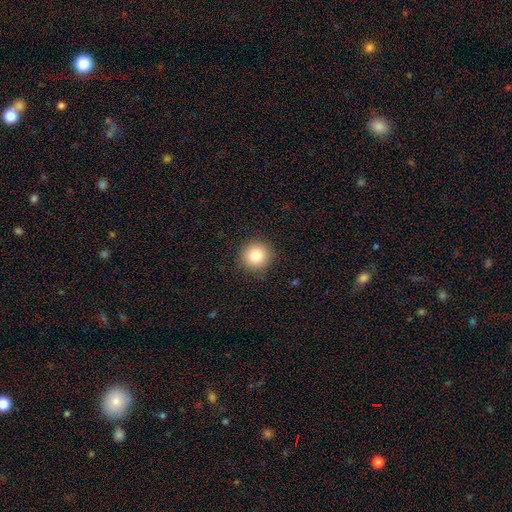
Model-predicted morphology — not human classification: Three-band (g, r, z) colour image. It shows a smooth galaxy with no disk features (83%) that is round (94%). Merging: none (90%).